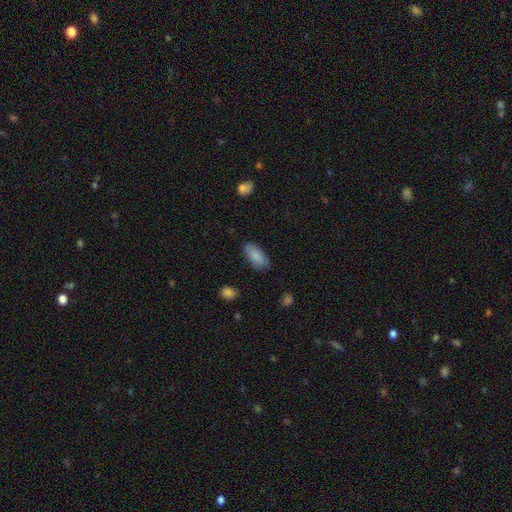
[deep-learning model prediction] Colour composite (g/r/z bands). It shows a smooth galaxy with no disk features (85%) that is in between round and cigar-shaped (89%). Merging: none (82%).